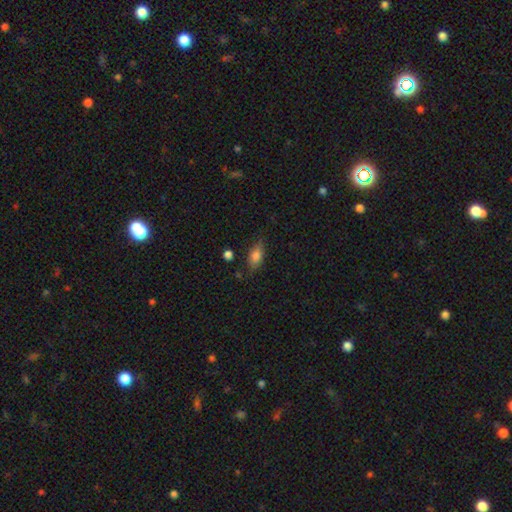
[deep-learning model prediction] smooth_or_featured: smooth (p=0.79) [alt: featured or disk p=0.12]
how_rounded: in between (p=0.85) [alt: cigar-shaped p=0.10]
merging: none (p=0.75) [alt: minor disturbance p=0.18]